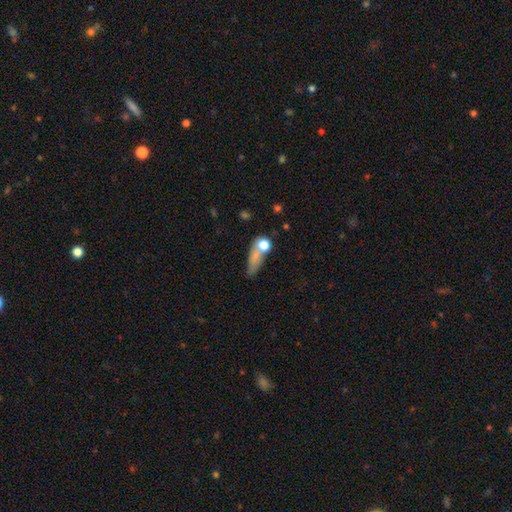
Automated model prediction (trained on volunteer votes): Smooth or featured? Predicted: smooth (p=0.69). How rounded? Predicted: in between (p=0.43). Merging? Predicted: none (p=0.33).